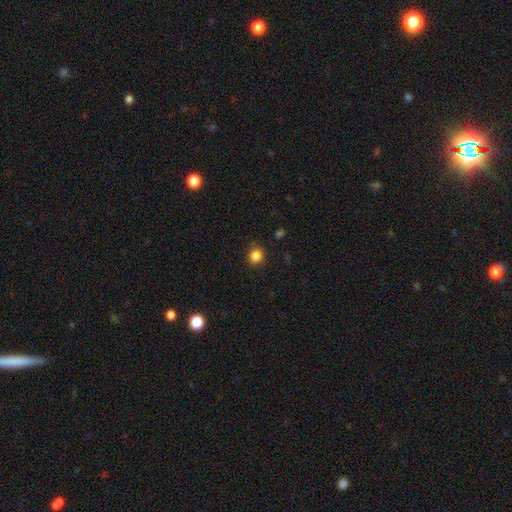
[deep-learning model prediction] The model was most divided on "how rounded": round: 80%, in between: 19%, cigar-shaped: 1%. More confident: merging — none (88%); smooth or featured — smooth (85%).